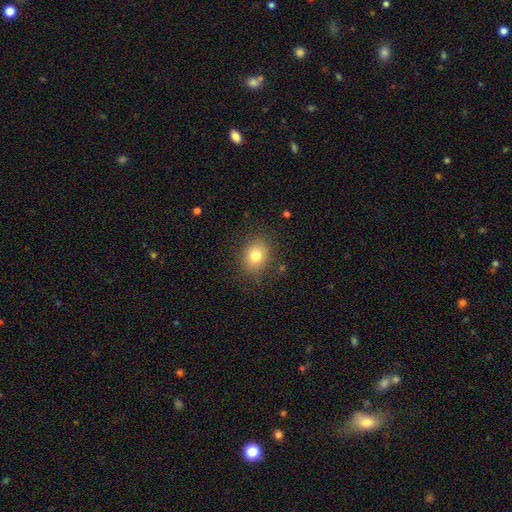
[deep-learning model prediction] smooth_or_featured: smooth (p=0.78) [alt: star or artifact p=0.11]
how_rounded: round (p=0.56) [alt: in between p=0.43]
merging: none (p=0.83) [alt: minor disturbance p=0.12]